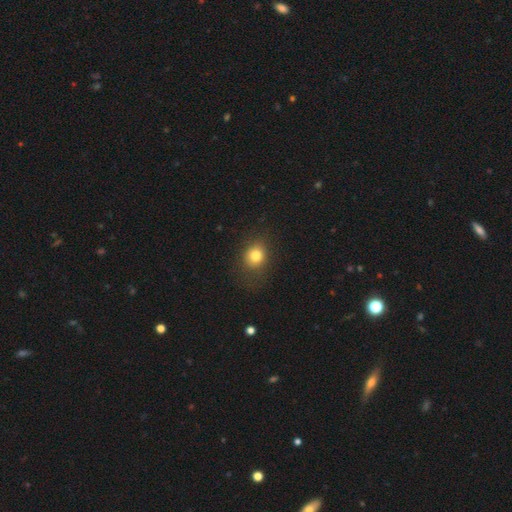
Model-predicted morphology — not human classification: smooth_or_featured: smooth (p=0.80) [alt: star or artifact p=0.12]
how_rounded: round (p=0.64) [alt: in between p=0.35]
merging: none (p=0.77) [alt: minor disturbance p=0.15]